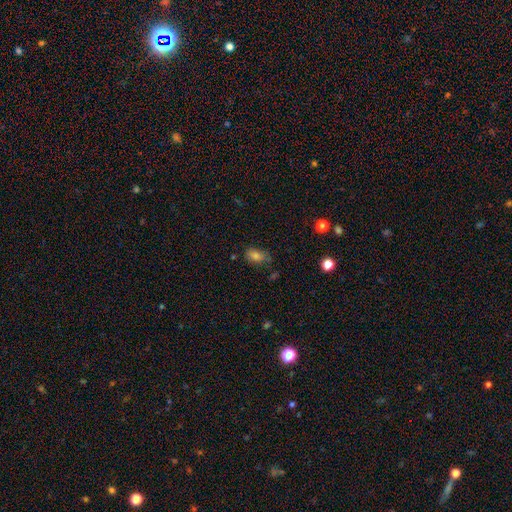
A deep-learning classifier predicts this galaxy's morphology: A smooth galaxy with no disk features (74%) that is in between round and cigar-shaped (85%). Merging: none (69%).